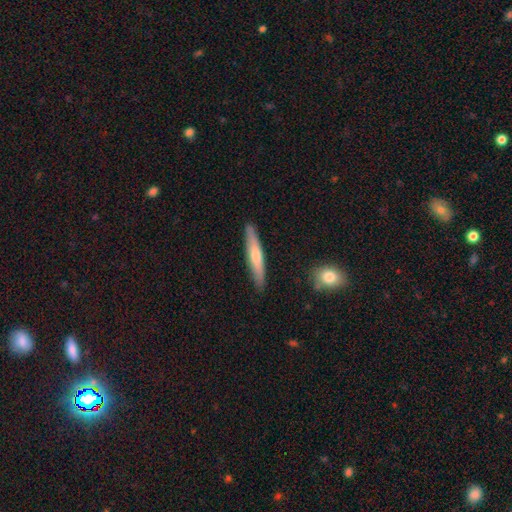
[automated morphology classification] The model was most divided on "smooth or featured": smooth: 49%, featured or disk: 44%, star or artifact: 7%. More confident: merging — none (88%).